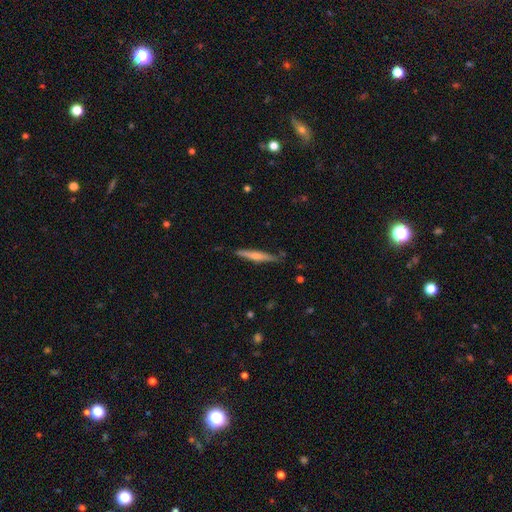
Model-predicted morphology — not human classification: This appears to be a featured or disk galaxy (49%). Merging: none (84%).